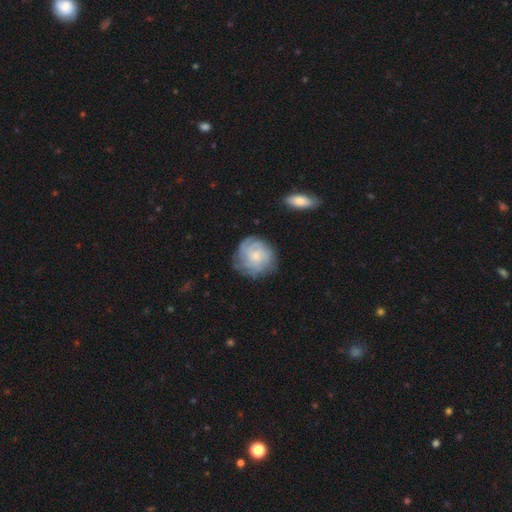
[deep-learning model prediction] Overall: featured or disk (60%; smooth 33%). Edge-on disk: no (97%). Bar: no (78%). Spiral arms: yes (86%). Bulge size: small (66%). Merging: none (75%).